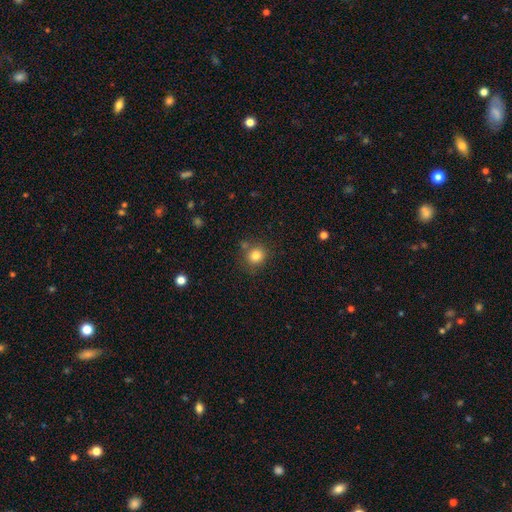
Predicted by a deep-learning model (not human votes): Overall: smooth (81%). How rounded: round (87%). Merging: none (76%).